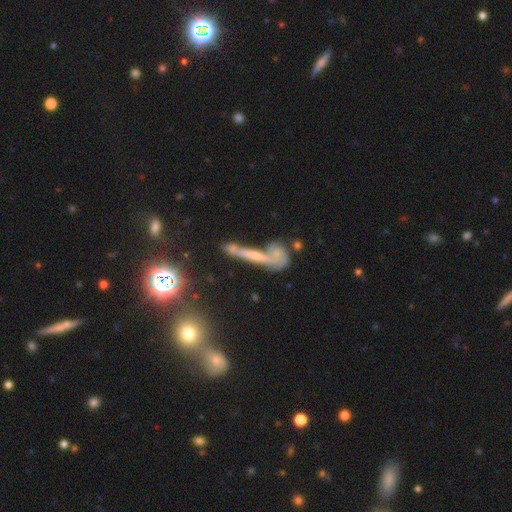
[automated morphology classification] A featured or disk galaxy (47%). Merging: merger (37%).